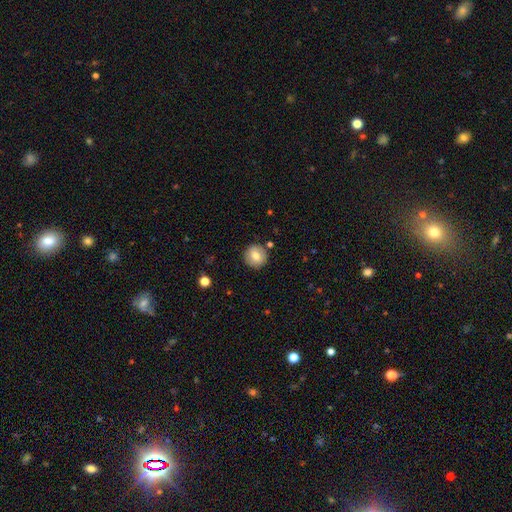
Q: Smooth or featured?
A: smooth (82%); runner-up: featured or disk (10%)
Q: How rounded?
A: round (97%); runner-up: in between (3%)
Q: Merging?
A: none (86%); runner-up: minor disturbance (6%)